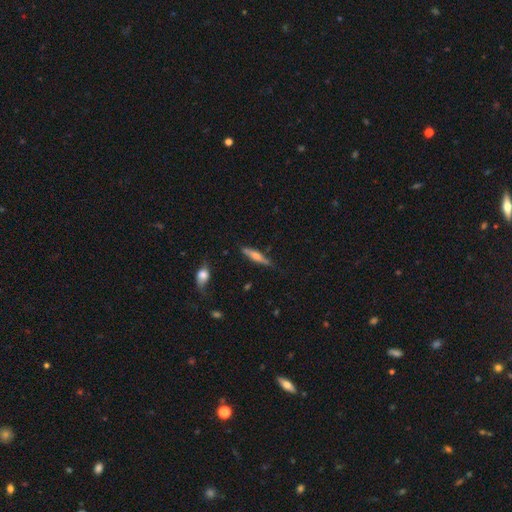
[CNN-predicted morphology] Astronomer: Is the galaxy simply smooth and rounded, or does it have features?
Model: featured or disk — 51% (runner-up: smooth, 43%).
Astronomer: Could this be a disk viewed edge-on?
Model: yes — 94%.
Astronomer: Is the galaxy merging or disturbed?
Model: none — 81%.